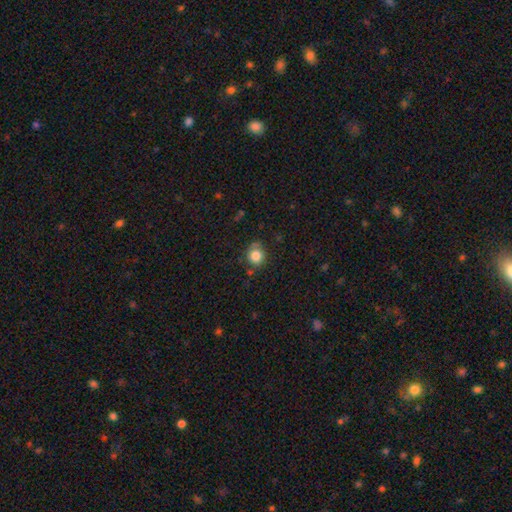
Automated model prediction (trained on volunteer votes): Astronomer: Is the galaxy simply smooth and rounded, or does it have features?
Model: smooth — 83%.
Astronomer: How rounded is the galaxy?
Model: round — 85%.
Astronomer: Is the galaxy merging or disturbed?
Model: none — 72%.